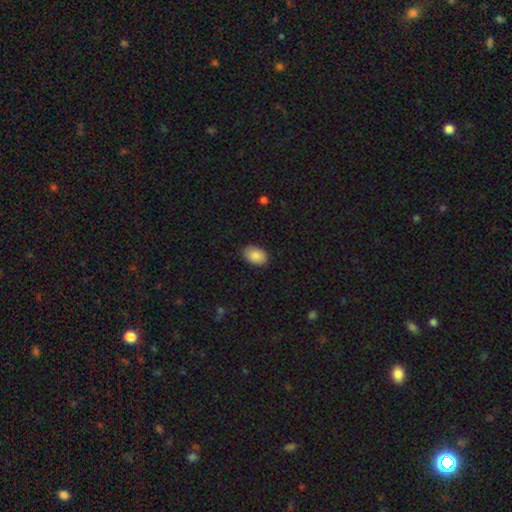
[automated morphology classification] The model was most divided on "how rounded": in between: 88%, round: 11%, cigar-shaped: 1%. More confident: smooth or featured — smooth (89%); merging — none (88%).